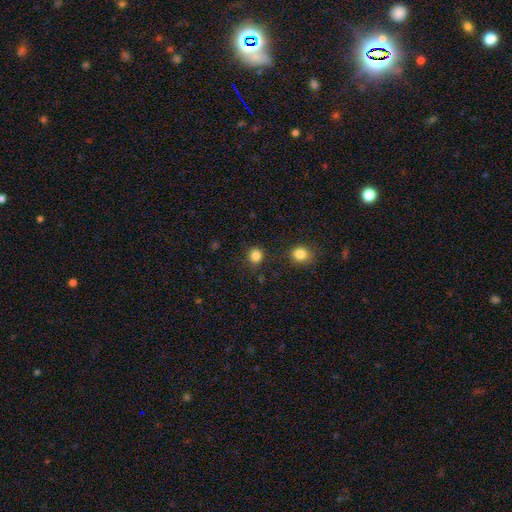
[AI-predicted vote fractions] A smooth galaxy with no disk features (84%) that is round (88%).

Vote fractions:
- Smooth or featured? smooth: 84% / star or artifact: 12% / featured or disk: 3%
- How rounded? round: 88% / in between: 12% / cigar-shaped: 1%
- Merging? none: 85% / minor disturbance: 9% / merger: 3% / major disturbance: 3%